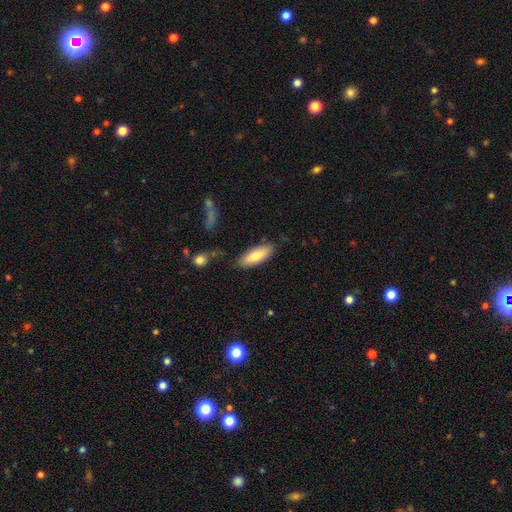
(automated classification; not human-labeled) Smooth or featured: smooth — 74% (featured or disk — 20%)
How rounded: in between — 69% (cigar-shaped — 29%)
Merging: none — 82% (minor disturbance — 12%)